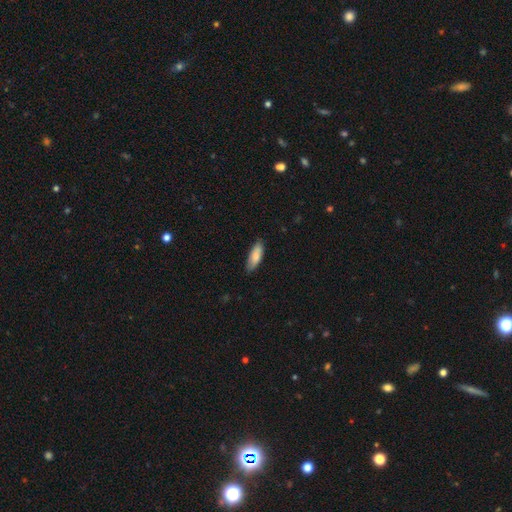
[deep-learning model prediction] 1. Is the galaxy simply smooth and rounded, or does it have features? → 83% smooth, 11% featured or disk, 6% star or artifact.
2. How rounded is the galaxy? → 64% in between, 34% cigar-shaped, 2% round.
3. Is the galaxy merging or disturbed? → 82% none, 15% minor disturbance, 2% major disturbance, 1% merger.